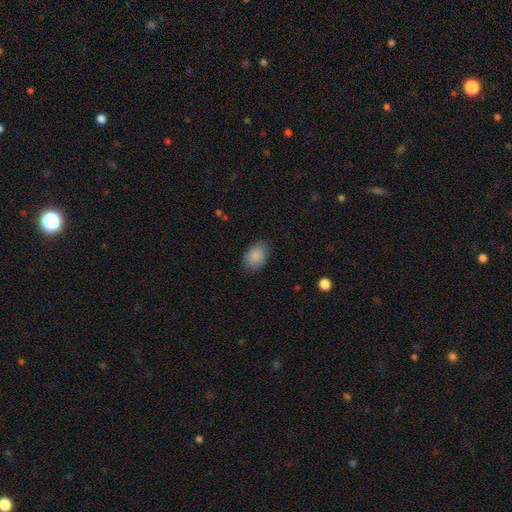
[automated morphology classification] smooth_or_featured: smooth (p=0.88) [alt: star or artifact p=0.07]
how_rounded: in between (p=0.78) [alt: round p=0.21]
merging: none (p=0.82) [alt: minor disturbance p=0.14]